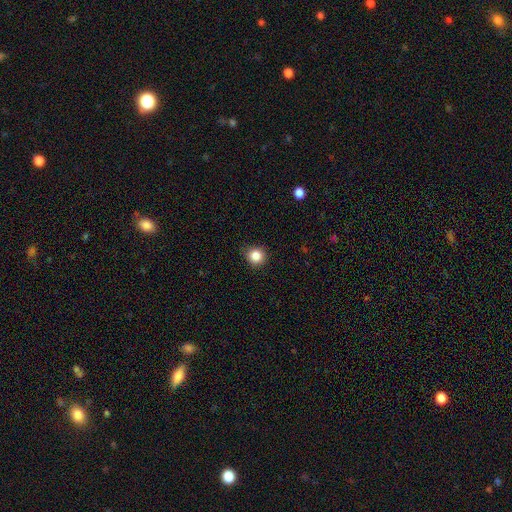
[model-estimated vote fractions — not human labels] smooth 84%, star or artifact 11%, featured or disk 5%. Down the decision tree: how rounded — round (91%); merging — none (86%).